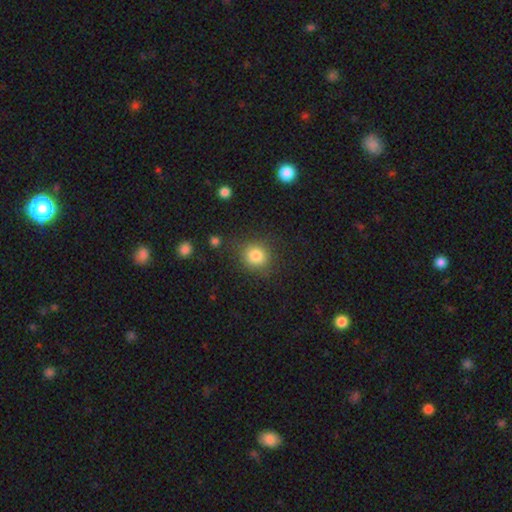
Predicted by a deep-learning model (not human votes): Morphology: type=smooth (82%); roundness=round (86%); merging=none (83%).